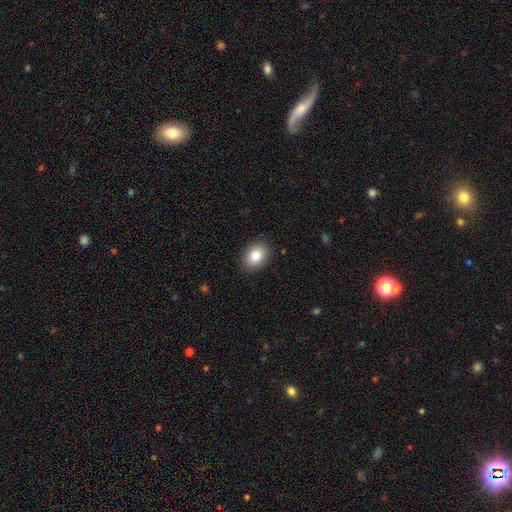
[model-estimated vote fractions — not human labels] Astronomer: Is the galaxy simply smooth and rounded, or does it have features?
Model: smooth — 85%.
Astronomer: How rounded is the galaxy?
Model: in between — 68%.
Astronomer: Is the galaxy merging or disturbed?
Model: none — 88%.